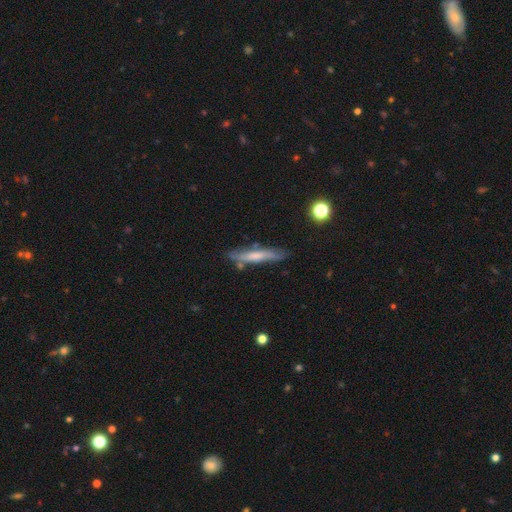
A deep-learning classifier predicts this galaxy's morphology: This is possibly a smooth galaxy (52%). How rounded: clearly cigar-shaped (90%). Merging: likely none (73%).